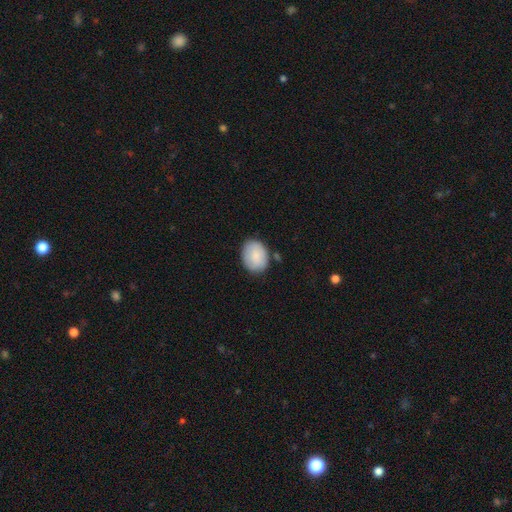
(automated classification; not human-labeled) A smooth galaxy with no disk features (84%) that is in between round and cigar-shaped (57%). Merging: none (75%).